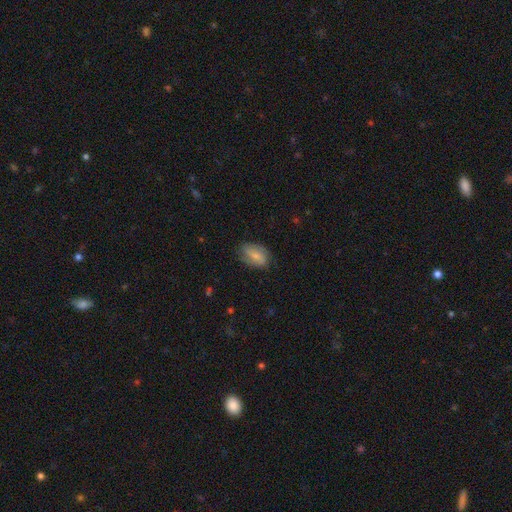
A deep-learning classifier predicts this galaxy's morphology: smooth_or_featured: smooth (p=0.66) [alt: featured or disk p=0.27]
how_rounded: in between (p=0.87) [alt: round p=0.09]
merging: none (p=0.72) [alt: minor disturbance p=0.21]